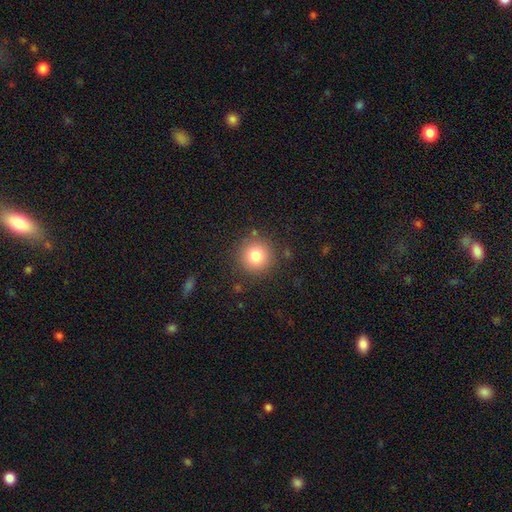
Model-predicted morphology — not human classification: Q: Smooth or featured?
A: smooth (81%); runner-up: star or artifact (11%)
Q: How rounded?
A: round (94%); runner-up: in between (5%)
Q: Merging?
A: none (87%); runner-up: minor disturbance (8%)